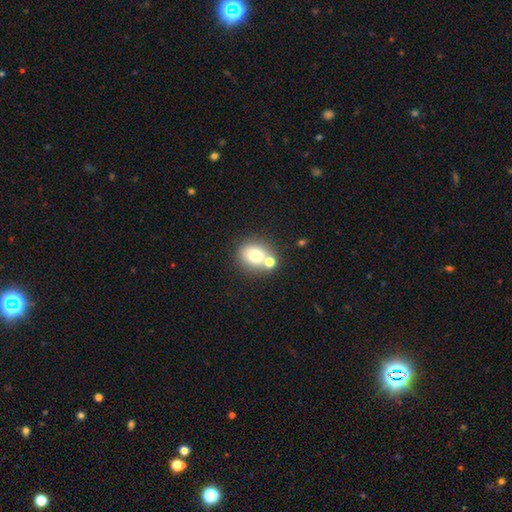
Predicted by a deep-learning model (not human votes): smooth_or_featured: smooth (p=0.72) [alt: featured or disk p=0.15]
how_rounded: round (p=0.69) [alt: in between p=0.31]
merging: none (p=0.58) [alt: merger p=0.28]